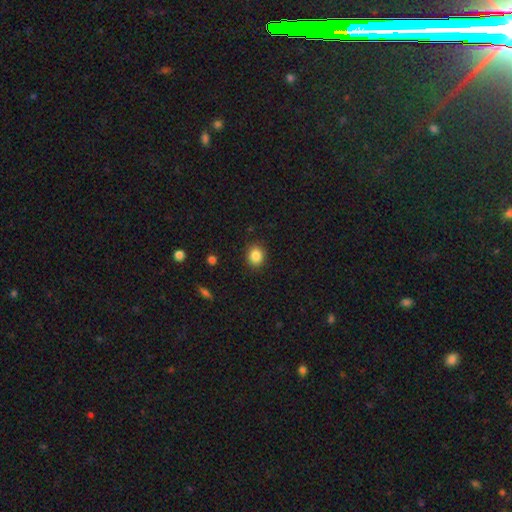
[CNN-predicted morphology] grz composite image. It shows a smooth galaxy with no disk features (86%) that is round (70%). Merging: none (90%).